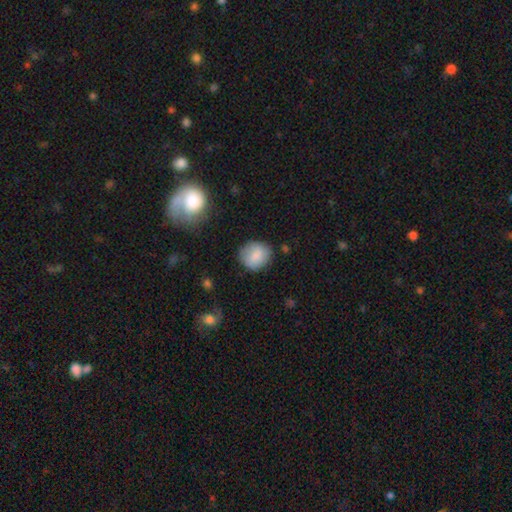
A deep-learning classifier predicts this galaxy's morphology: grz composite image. It shows a smooth galaxy with no disk features (82%) that is round (77%). Merging: none (77%).